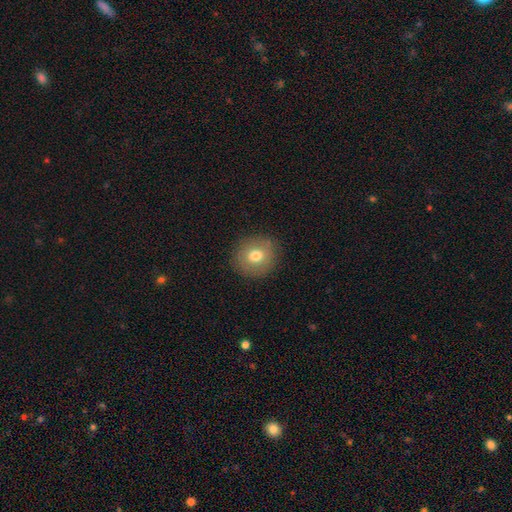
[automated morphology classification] smooth 74%, featured or disk 16%, star or artifact 10%. Down the decision tree: how rounded — round (88%); merging — none (88%).